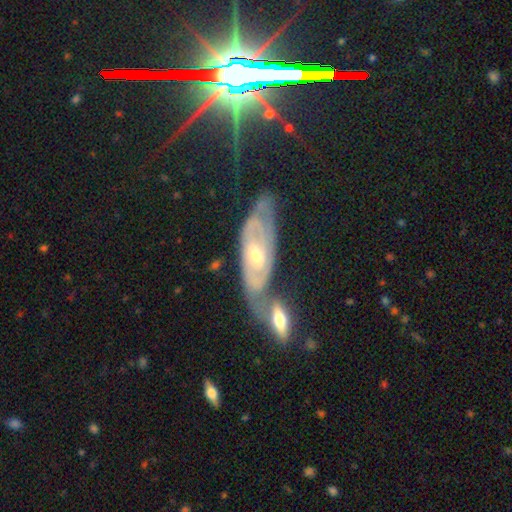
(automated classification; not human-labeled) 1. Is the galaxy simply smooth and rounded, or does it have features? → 79% featured or disk, 14% smooth, 7% star or artifact.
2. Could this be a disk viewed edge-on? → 87% no, 13% yes.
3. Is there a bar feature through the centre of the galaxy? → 59% no, 31% weak, 9% strong.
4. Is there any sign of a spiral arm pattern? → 87% yes, 13% no.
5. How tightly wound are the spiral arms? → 66% tight, 26% medium, 8% loose.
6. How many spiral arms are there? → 48% 2, 38% can't tell, 5% 3, 4% 1, 3% 4, 2% more than 4.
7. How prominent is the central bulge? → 50% small, 46% moderate, 2% large, 1% none, 1% dominant.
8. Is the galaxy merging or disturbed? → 46% none, 26% merger, 19% minor disturbance, 9% major disturbance.